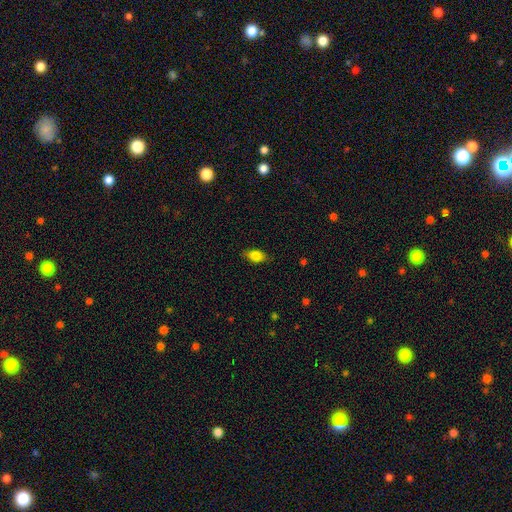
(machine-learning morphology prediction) Smooth or featured? smooth (81%)
How rounded? in between (84%)
Merging? none (80%)